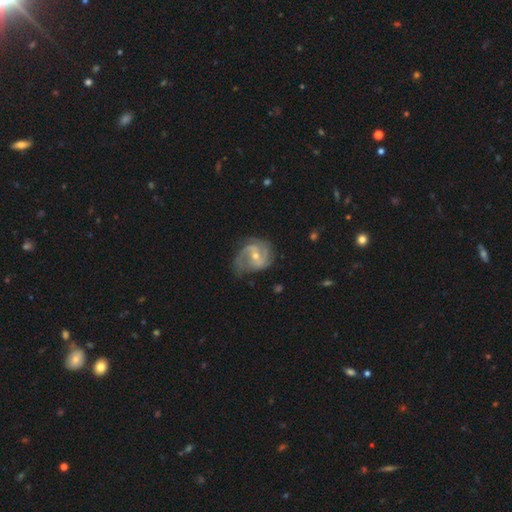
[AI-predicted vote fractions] smooth-or-featured: featured or disk: 84% | smooth: 9% | star or artifact: 7%
  disk-edge-on: no: 97% | yes: 3%
    bar: weak: 47% | no: 36% | strong: 17%
    has-spiral-arms: yes: 95% | no: 5%
      spiral-winding: medium: 48% | tight: 30% | loose: 22%
      spiral-arm-count: 2: 62% | 3: 15% | can't tell: 13% | 1: 6% | 4: 3% | more than 4: 3%
    bulge-size: moderate: 50% | small: 47% | large: 1% | none: 1% | dominant: 1%
  merging: none: 60% | minor disturbance: 25% | major disturbance: 12% | merger: 2%